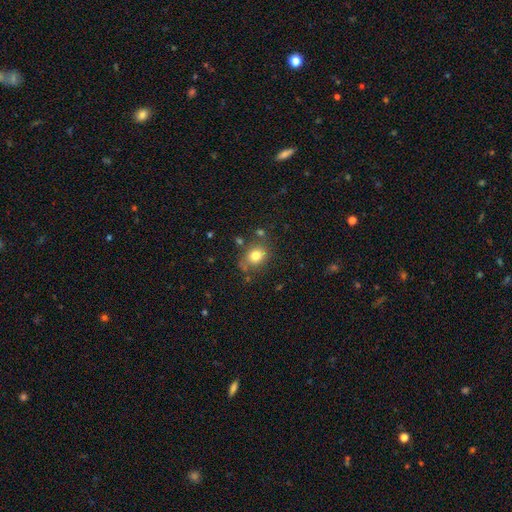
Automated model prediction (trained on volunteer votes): Smooth or featured? smooth (79%)
How rounded? round (52%)
Merging? none (72%)